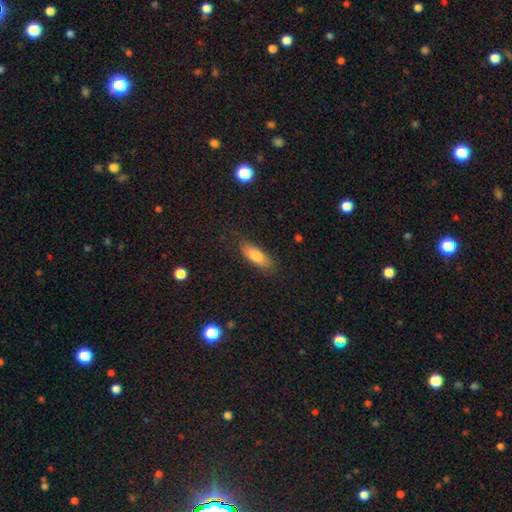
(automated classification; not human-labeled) Smooth or featured? smooth (77%)
How rounded? in between (71%)
Merging? none (81%)